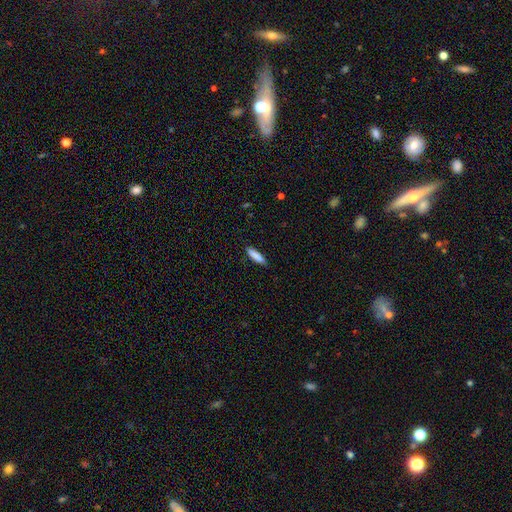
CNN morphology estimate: Smooth or featured?
  - smooth: 86% *
  - featured or disk: 7%
  - star or artifact: 6%
How rounded?
  - cigar-shaped: 71% *
  - in between: 27%
  - round: 1%
Merging?
  - none: 88% *
  - minor disturbance: 9%
  - major disturbance: 2%
  - merger: 1%